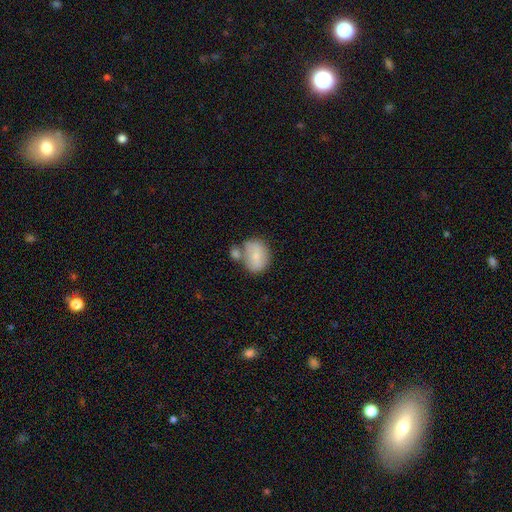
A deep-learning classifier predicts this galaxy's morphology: A smooth galaxy with no disk features (73%) that is in between round and cigar-shaped (59%). Merging: none (45%).